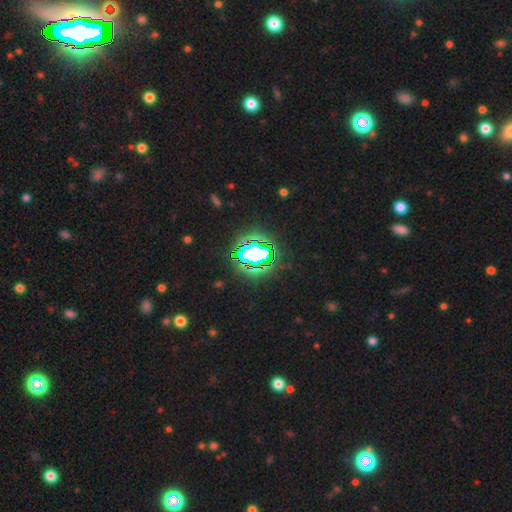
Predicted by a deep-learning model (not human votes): Smooth or featured? Predicted: star or artifact (p=0.70).